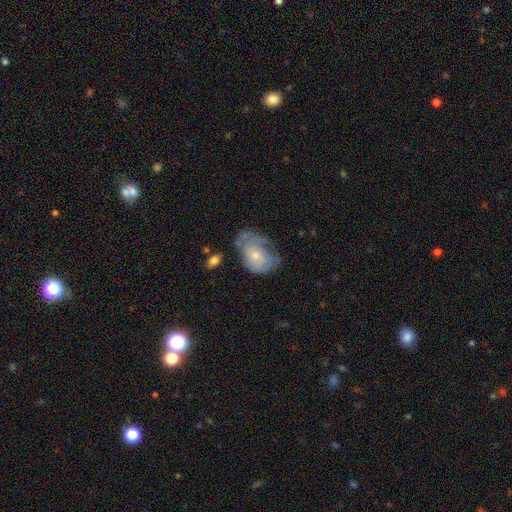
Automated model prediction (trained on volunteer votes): Smooth or featured: featured or disk — 56% (smooth — 37%)
Edge-on disk: no — 96% (yes — 4%)
Bar: no — 79% (weak — 19%)
Spiral arms: yes — 72% (no — 28%)
Bulge size: small — 58% (moderate — 35%)
Merging: none — 42% (minor disturbance — 31%)